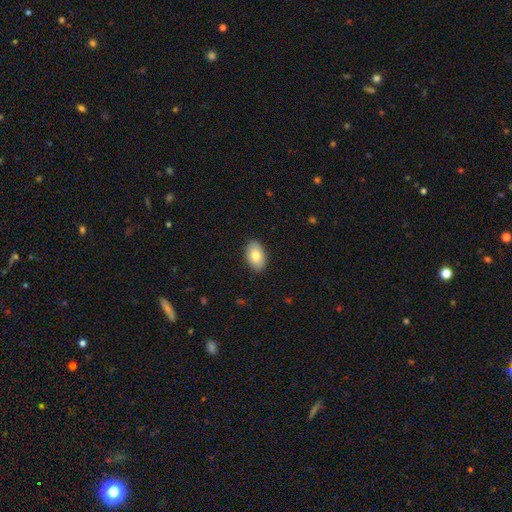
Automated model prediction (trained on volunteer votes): A smooth galaxy with no disk features (81%) that is in between round and cigar-shaped (92%). Merging: none (88%).